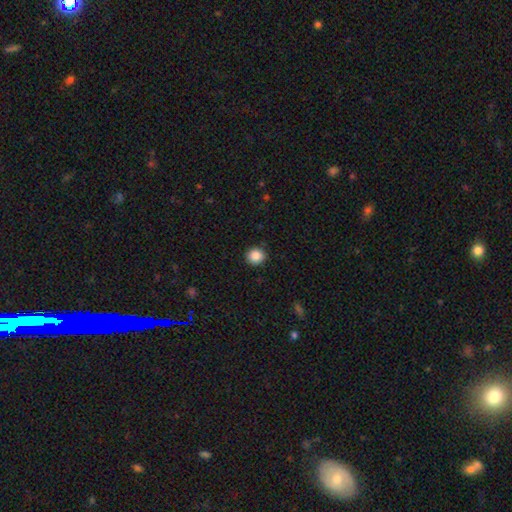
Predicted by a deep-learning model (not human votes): This appears to be a smooth galaxy with no disk features (88%) that is round (89%). Merging: none (90%).